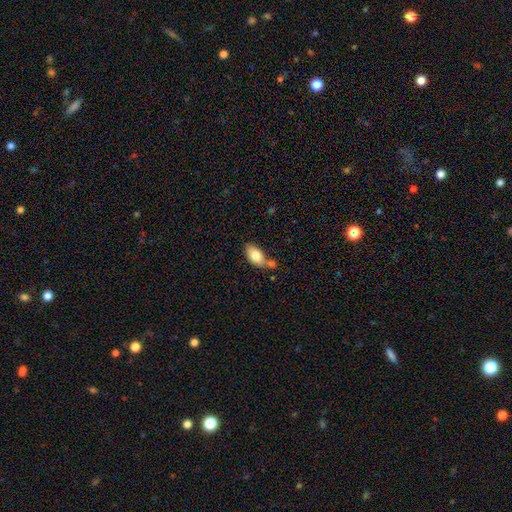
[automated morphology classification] smooth 77%, featured or disk 16%, star or artifact 7%. Down the decision tree: how rounded — in between (91%); merging — none (43%).